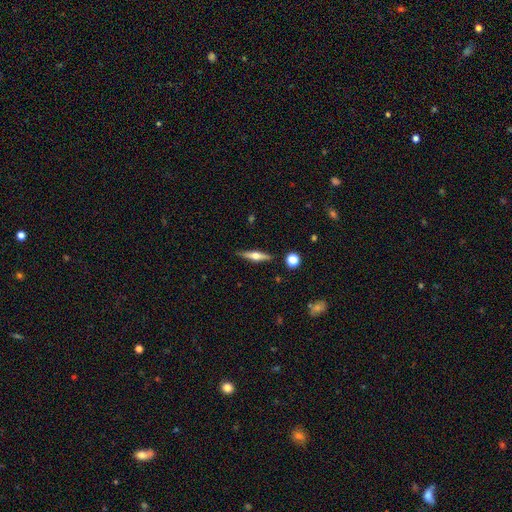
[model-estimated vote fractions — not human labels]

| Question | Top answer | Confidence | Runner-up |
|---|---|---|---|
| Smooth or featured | featured or disk | 63% | smooth (31%) |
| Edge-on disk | yes | 96% | no (4%) |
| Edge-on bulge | rounded | 93% | boxy (4%) |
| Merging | none | 87% | minor disturbance (9%) |